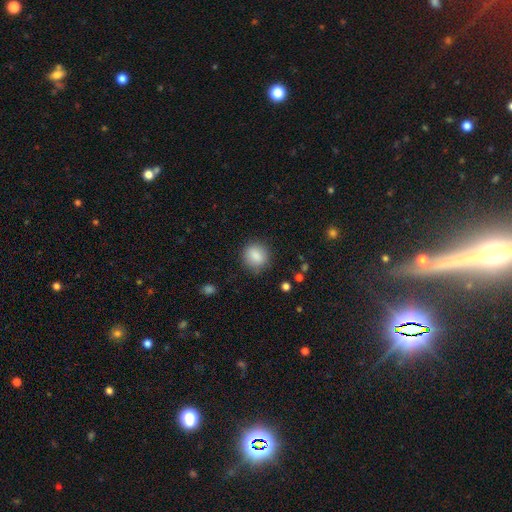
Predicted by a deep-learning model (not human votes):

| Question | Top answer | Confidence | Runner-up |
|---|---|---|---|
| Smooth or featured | smooth | 86% | star or artifact (8%) |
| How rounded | round | 79% | in between (20%) |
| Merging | none | 84% | minor disturbance (11%) |